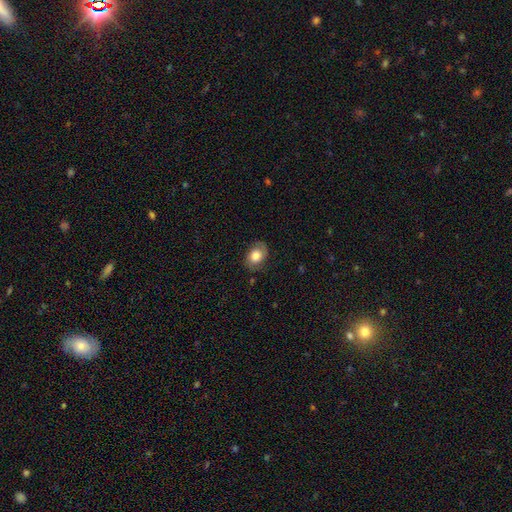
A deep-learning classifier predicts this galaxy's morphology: A smooth galaxy with no disk features (69%) that is in between round and cigar-shaped (69%).

Vote fractions:
- Smooth or featured? smooth: 69% / featured or disk: 23% / star or artifact: 8%
- How rounded? in between: 69% / round: 30% / cigar-shaped: 1%
- Merging? none: 75% / minor disturbance: 18% / major disturbance: 6% / merger: 1%